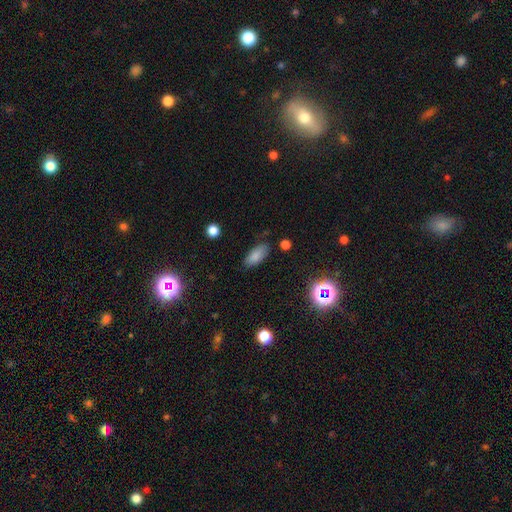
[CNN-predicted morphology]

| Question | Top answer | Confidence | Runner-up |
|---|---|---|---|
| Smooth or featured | smooth | 83% | star or artifact (10%) |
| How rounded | in between | 87% | cigar-shaped (11%) |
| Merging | none | 80% | minor disturbance (15%) |